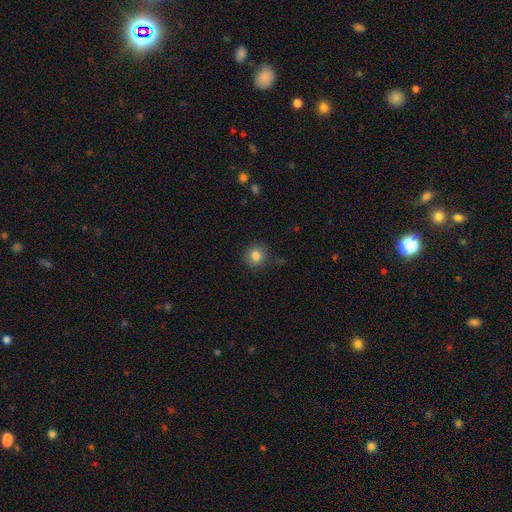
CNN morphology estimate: type=smooth (82%); roundness=round (89%); merging=none (87%).